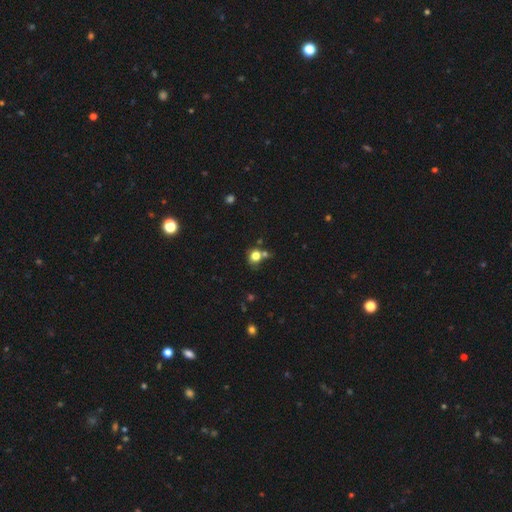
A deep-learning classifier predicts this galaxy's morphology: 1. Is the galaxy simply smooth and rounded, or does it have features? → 78% smooth, 15% star or artifact, 8% featured or disk.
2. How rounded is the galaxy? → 80% round, 19% in between, 1% cigar-shaped.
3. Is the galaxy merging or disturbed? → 59% none, 23% merger, 13% minor disturbance, 6% major disturbance.